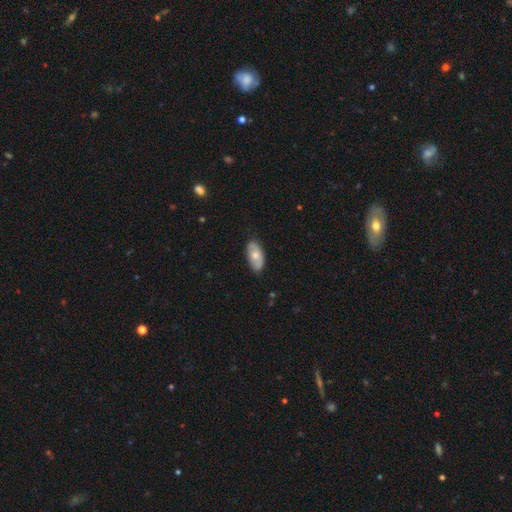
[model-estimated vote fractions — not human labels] smooth 64%, featured or disk 31%, star or artifact 6%. Down the decision tree: how rounded — in between (93%); merging — none (81%).